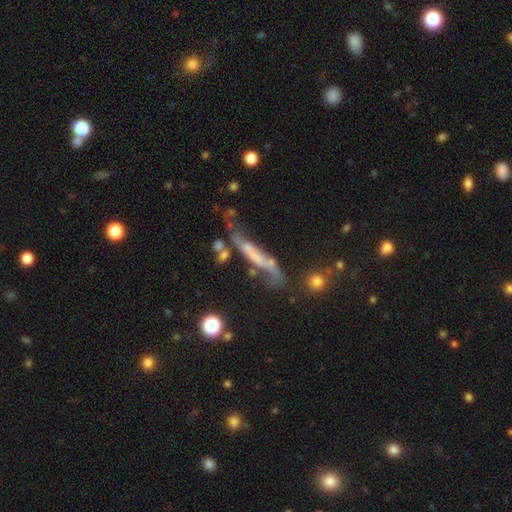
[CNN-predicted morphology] smooth-or-featured: featured or disk: 59% | smooth: 29% | star or artifact: 11%
  disk-edge-on: yes: 61% | no: 39%
  merging: none: 39% | minor disturbance: 25% | major disturbance: 22% | merger: 13%